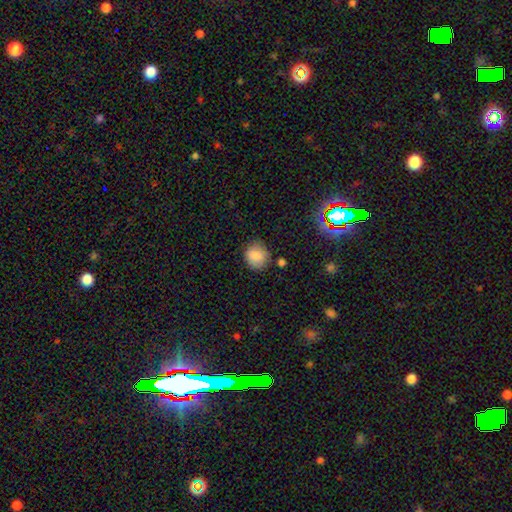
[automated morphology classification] The model was most divided on "how rounded": round: 77%, in between: 22%, cigar-shaped: 1%. More confident: smooth or featured — smooth (83%); merging — none (74%).